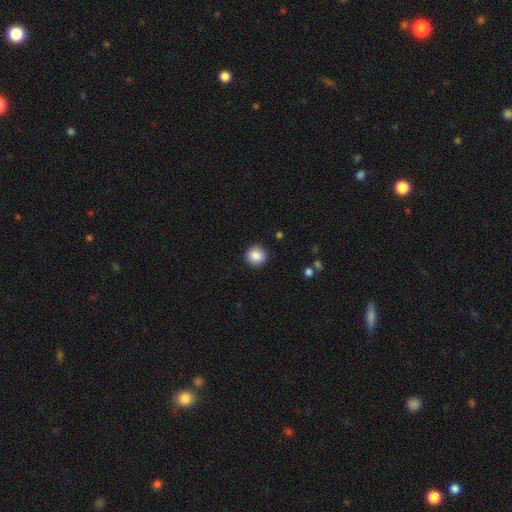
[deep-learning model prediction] Smooth or featured? Predicted: smooth (p=0.87). How rounded? Predicted: round (p=0.92). Merging? Predicted: none (p=0.91).